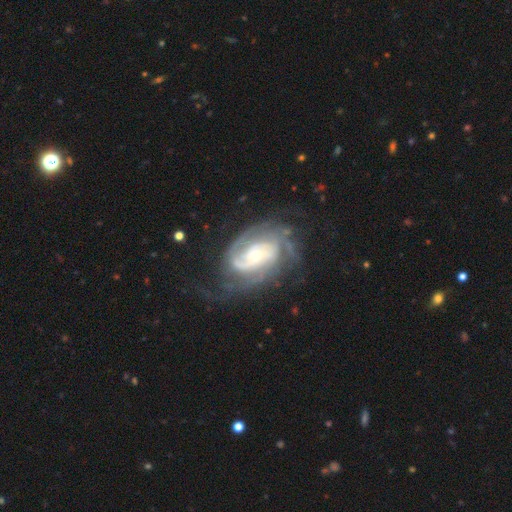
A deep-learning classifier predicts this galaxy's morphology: This is clearly a featured or disk galaxy (88%). It is clearly not viewed edge-on (97%). Bar: possibly no (57%). Spiral arm pattern: clearly yes (96%). Spiral arm count: marginally 2 (36%). Spiral winding: possibly tight (56%). Central bulge: possibly small (56%). Merging: likely none (61%).